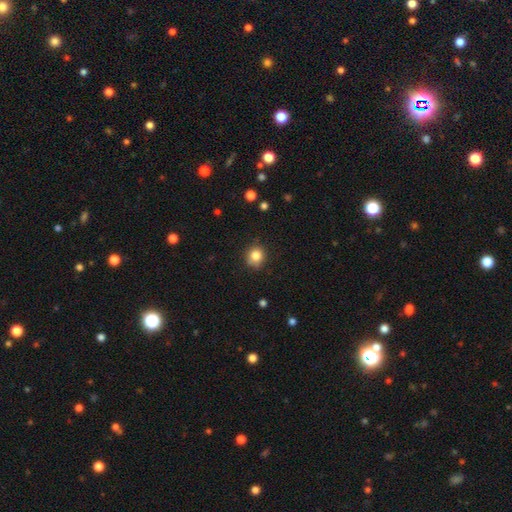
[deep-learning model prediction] This appears to be a smooth galaxy with no disk features (83%) that is round (84%). Merging: none (83%).